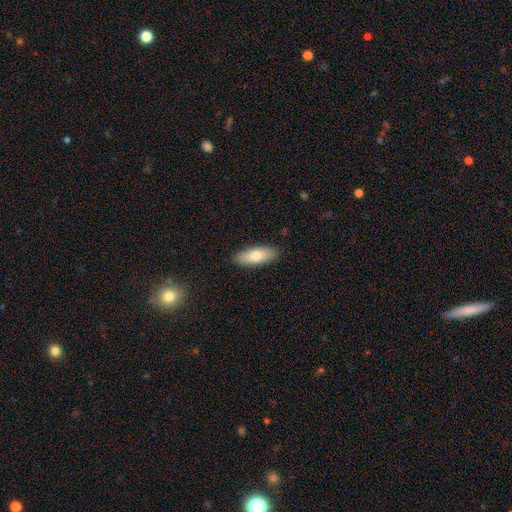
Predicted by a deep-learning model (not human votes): Smooth or featured? Predicted: smooth (p=0.77). How rounded? Predicted: in between (p=0.72). Merging? Predicted: none (p=0.89).